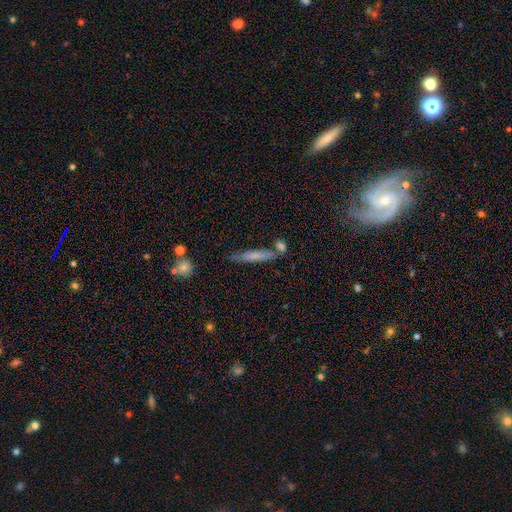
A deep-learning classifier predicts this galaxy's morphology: Q: Smooth or featured?
A: smooth (61%); runner-up: featured or disk (31%)
Q: How rounded?
A: cigar-shaped (88%); runner-up: in between (10%)
Q: Merging?
A: none (69%); runner-up: minor disturbance (16%)